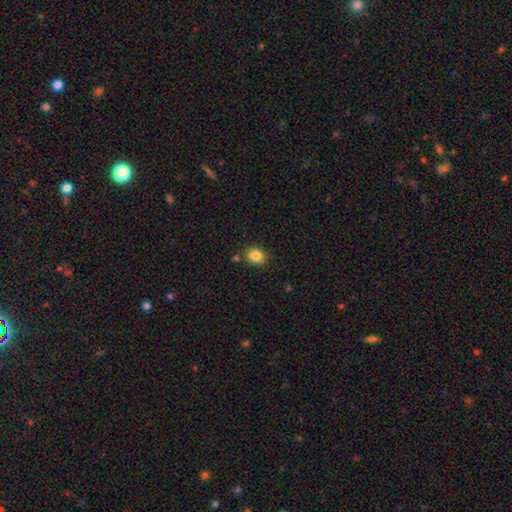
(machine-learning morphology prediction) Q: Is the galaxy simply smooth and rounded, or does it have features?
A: smooth — 85%.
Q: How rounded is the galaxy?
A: round — 53%.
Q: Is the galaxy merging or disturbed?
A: none — 80%.